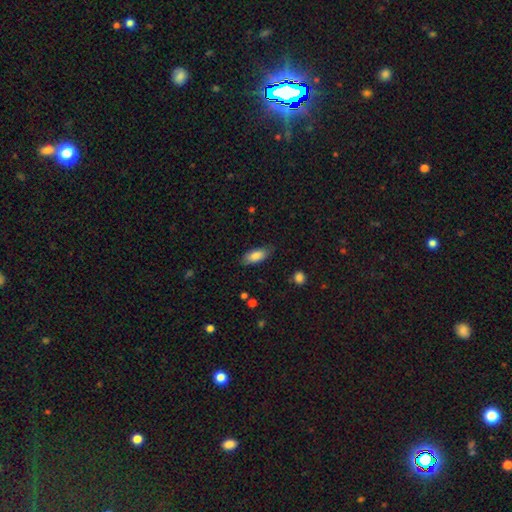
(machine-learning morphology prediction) smooth 85%, featured or disk 9%, star or artifact 6%. Down the decision tree: how rounded — in between (84%); merging — none (79%).